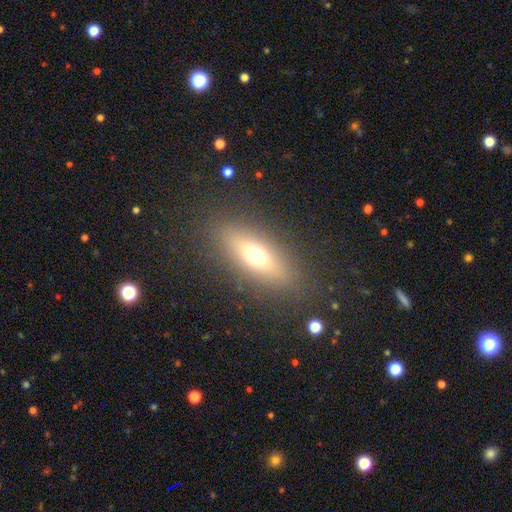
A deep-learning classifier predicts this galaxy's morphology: Smooth or featured? smooth (59%)
How rounded? in between (58%)
Merging? none (85%)